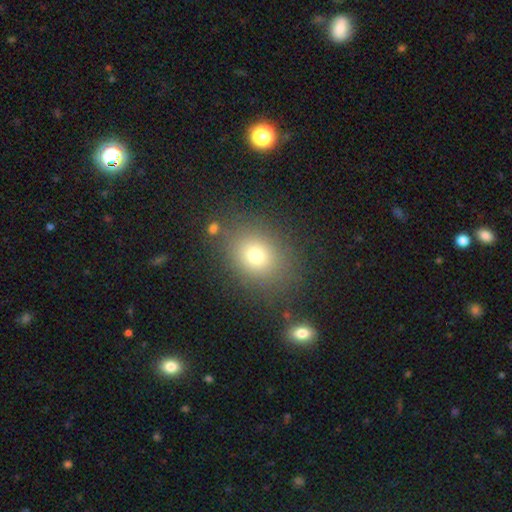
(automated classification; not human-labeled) Smooth or featured: smooth — 73% (star or artifact — 15%)
How rounded: round — 53% (in between — 46%)
Merging: none — 80% (minor disturbance — 11%)